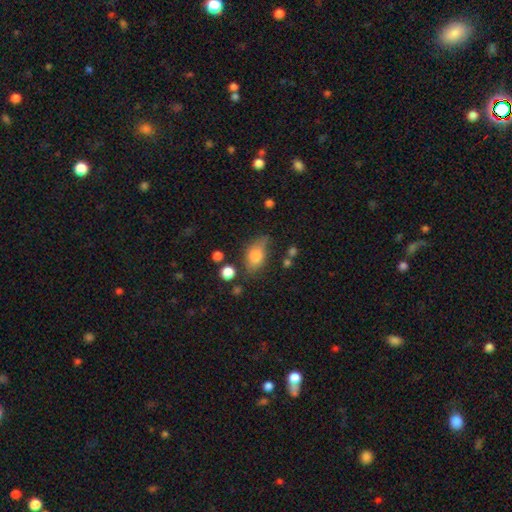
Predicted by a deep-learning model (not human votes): A smooth galaxy with no disk features (75%) that is in between round and cigar-shaped (82%).

Vote fractions:
- Smooth or featured? smooth: 75% / featured or disk: 16% / star or artifact: 9%
- How rounded? in between: 82% / round: 15% / cigar-shaped: 4%
- Merging? none: 54% / minor disturbance: 30% / major disturbance: 11% / merger: 5%